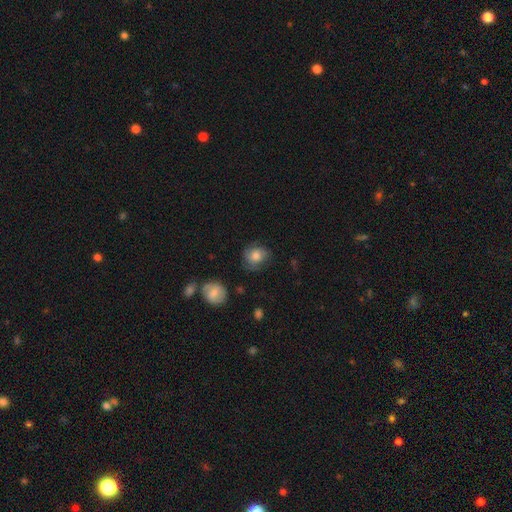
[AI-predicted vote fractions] Smooth or featured? Predicted: smooth (p=0.59). How rounded? Predicted: round (p=0.74). Merging? Predicted: none (p=0.65).